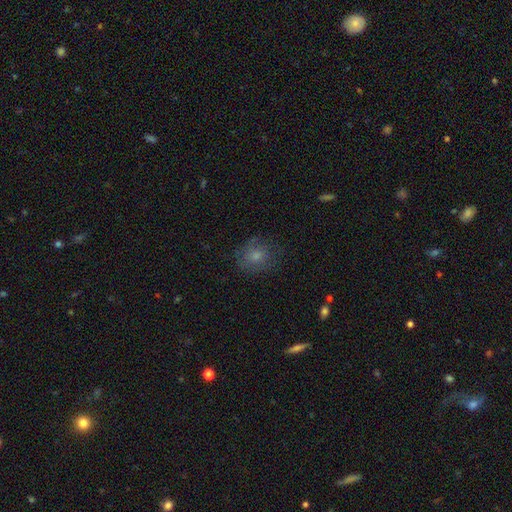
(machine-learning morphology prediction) smooth 70%, featured or disk 19%, star or artifact 12%. Down the decision tree: how rounded — round (71%); merging — none (72%).